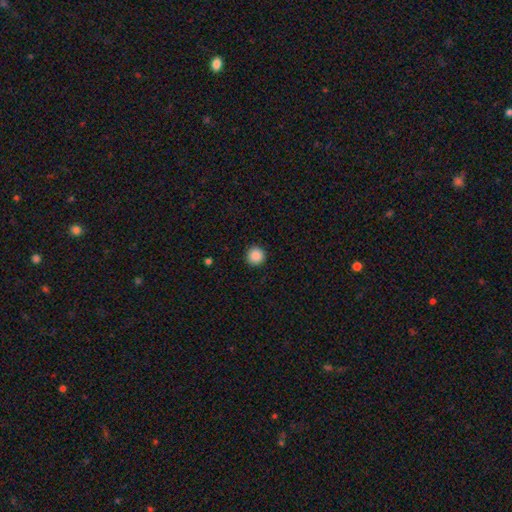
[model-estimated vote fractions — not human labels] This appears to be a smooth galaxy with no disk features (88%) that is round (96%). Merging: none (93%).